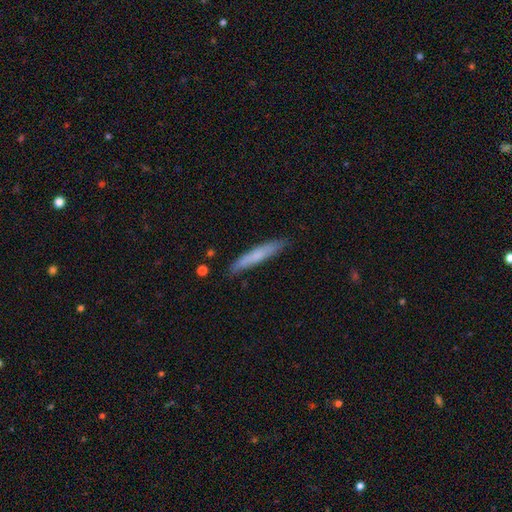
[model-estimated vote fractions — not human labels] smooth_or_featured: smooth (p=0.68) [alt: featured or disk p=0.26]
how_rounded: cigar-shaped (p=0.94) [alt: in between p=0.05]
merging: none (p=0.84) [alt: minor disturbance p=0.12]